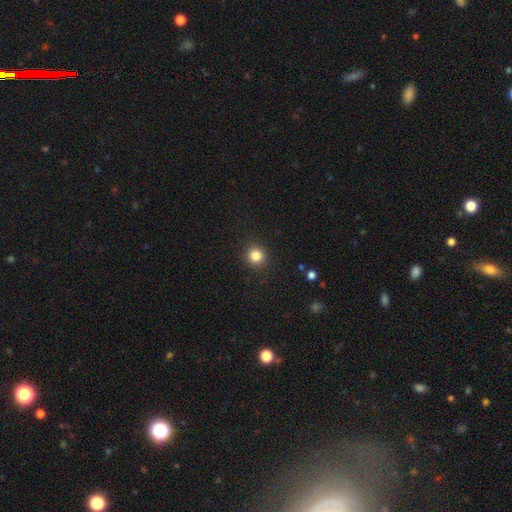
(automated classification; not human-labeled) Smooth or featured? Predicted: smooth (p=0.84). How rounded? Predicted: round (p=0.91). Merging? Predicted: none (p=0.91).